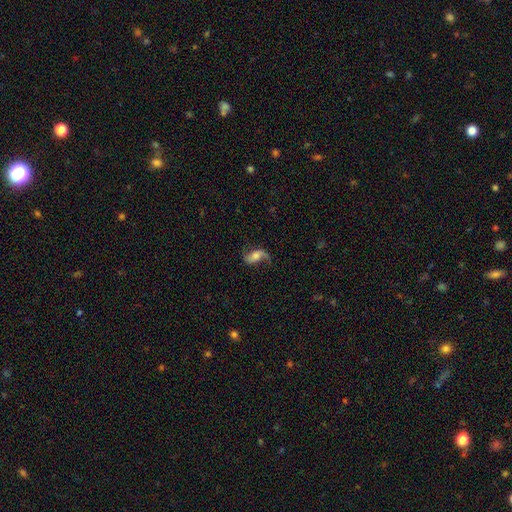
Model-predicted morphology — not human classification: This is likely a featured or disk galaxy (70%). It is clearly not viewed edge-on (95%). Bar: possibly no (52%). Spiral arm pattern: clearly yes (92%). Spiral arm count: likely 2 (78%). Spiral winding: likely loose (79%). Central bulge: possibly moderate (49%). Merging: likely none (61%).